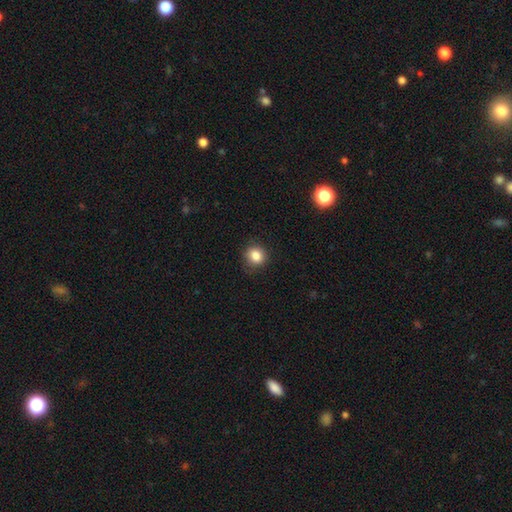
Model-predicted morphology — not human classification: Overall: smooth (84%). How rounded: round (83%). Merging: none (83%).